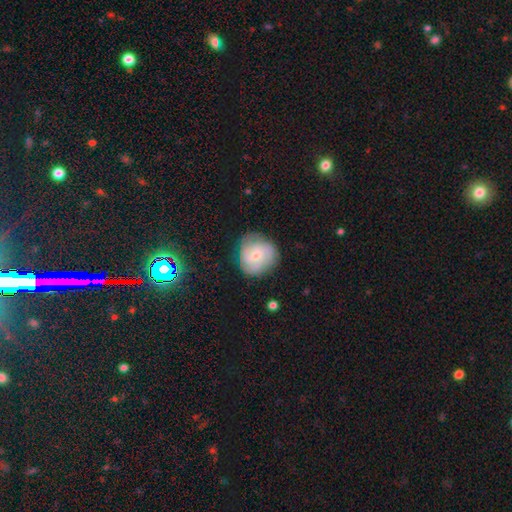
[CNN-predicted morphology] A featured or disk galaxy (56%) with no bar (59%), spiral arms (84%) and a small central bulge (63%).

Vote fractions:
- Smooth or featured? featured or disk: 56% / smooth: 37% / star or artifact: 8%
- Edge-on disk? no: 97% / yes: 3%
- Bar? no: 59% / weak: 36% / strong: 6%
- Spiral arms? yes: 84% / no: 16%
- Bulge size? small: 63% / moderate: 32% / none: 2% / large: 2% / dominant: 1%
- Merging? none: 71% / minor disturbance: 21% / major disturbance: 7% / merger: 1%